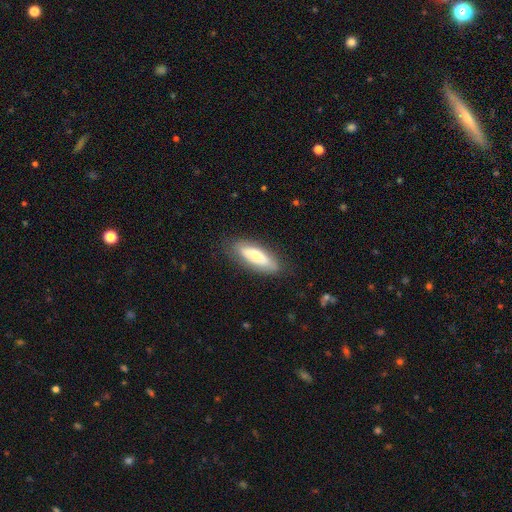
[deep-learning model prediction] Q: Smooth or featured?
A: smooth (56%); runner-up: featured or disk (38%)
Q: How rounded?
A: in between (68%); runner-up: cigar-shaped (30%)
Q: Merging?
A: none (82%); runner-up: minor disturbance (13%)